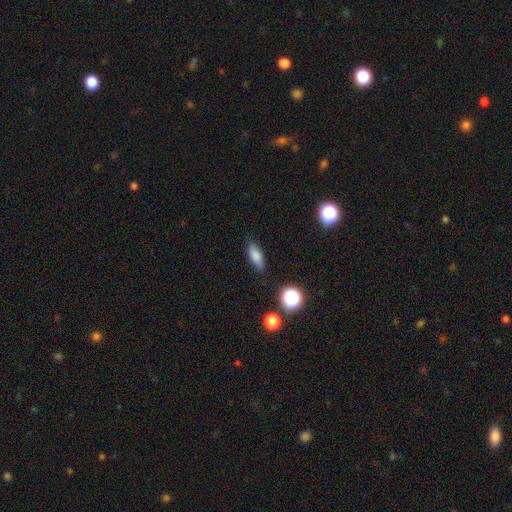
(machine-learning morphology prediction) This is likely a smooth galaxy (79%). How rounded: likely in between (68%). Merging: clearly none (82%).